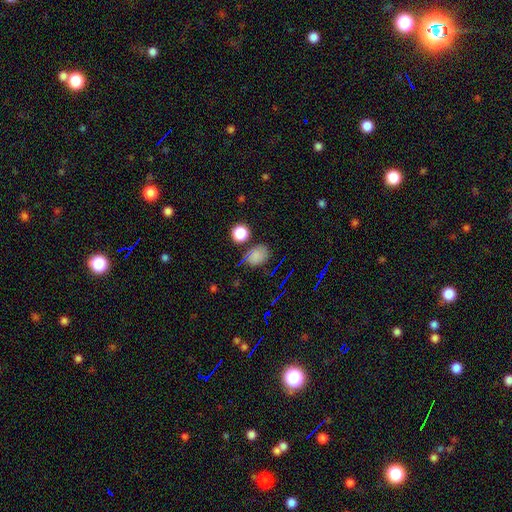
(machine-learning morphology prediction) A smooth galaxy with no disk features (68%) that is in between round and cigar-shaped (51%).

Vote fractions:
- Smooth or featured? smooth: 68% / star or artifact: 21% / featured or disk: 11%
- How rounded? in between: 51% / round: 48% / cigar-shaped: 1%
- Merging? none: 70% / minor disturbance: 18% / merger: 6% / major disturbance: 6%